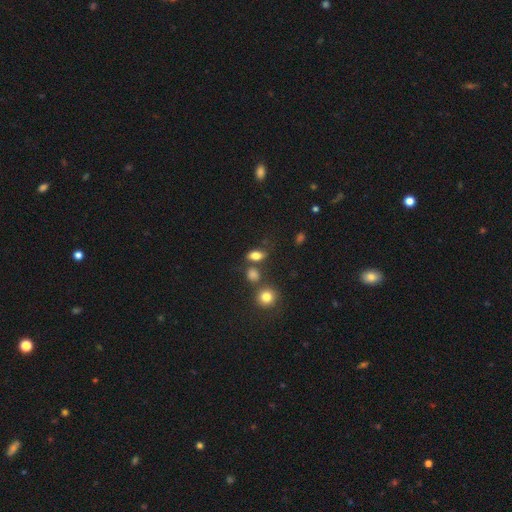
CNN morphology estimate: The model was most divided on "merging": none: 66%, minor disturbance: 16%, merger: 13%, major disturbance: 6%. More confident: how rounded — in between (80%); smooth or featured — smooth (79%).